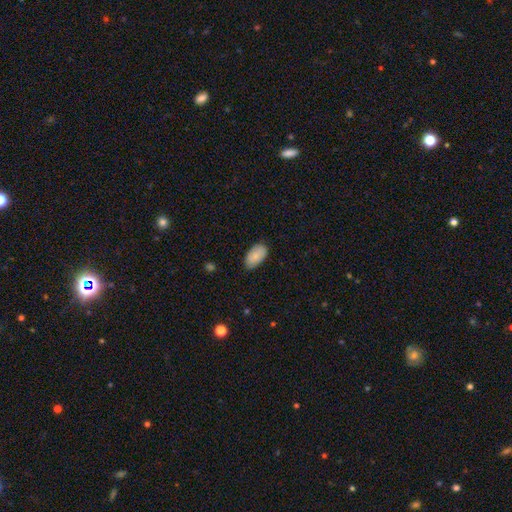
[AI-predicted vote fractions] Morphology: type=smooth (85%); roundness=in between (95%); merging=none (82%).